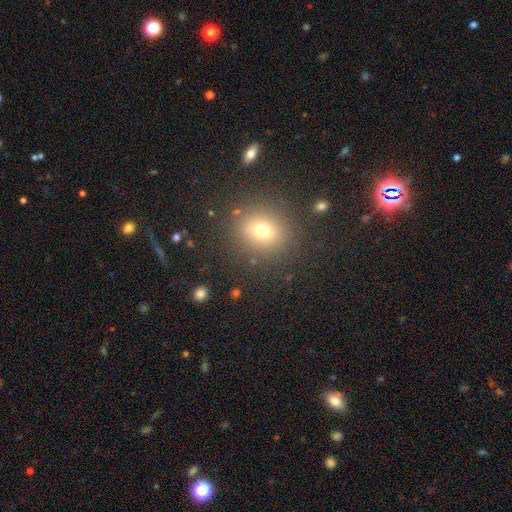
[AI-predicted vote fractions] Q: Smooth or featured?
A: smooth (61%); runner-up: star or artifact (28%)
Q: How rounded?
A: round (77%); runner-up: in between (22%)
Q: Merging?
A: none (88%); runner-up: minor disturbance (7%)